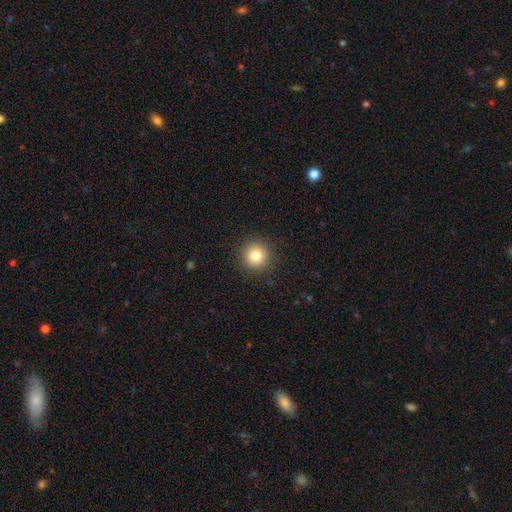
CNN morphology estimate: This is clearly a smooth galaxy (82%). How rounded: clearly round (95%). Merging: clearly none (92%).